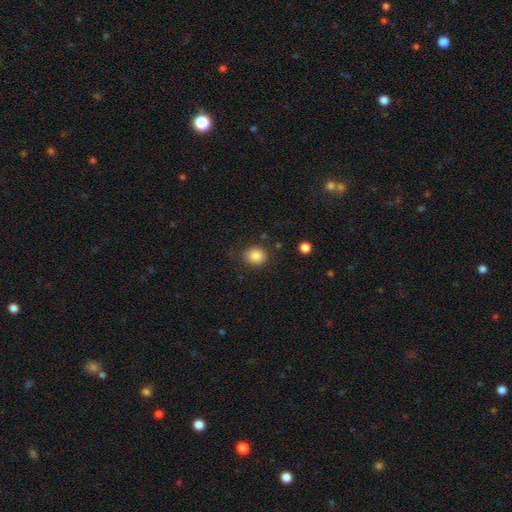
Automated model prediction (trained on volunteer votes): A smooth galaxy with no disk features (84%) that is round (73%). Merging: none (81%).